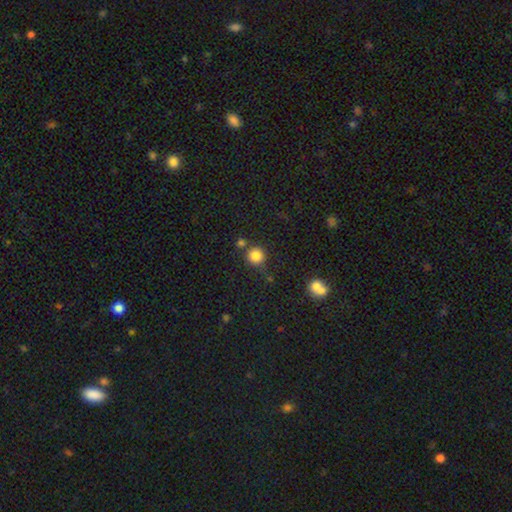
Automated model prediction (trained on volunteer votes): Smooth or featured? Predicted: smooth (p=0.83). How rounded? Predicted: round (p=0.93). Merging? Predicted: none (p=0.76).